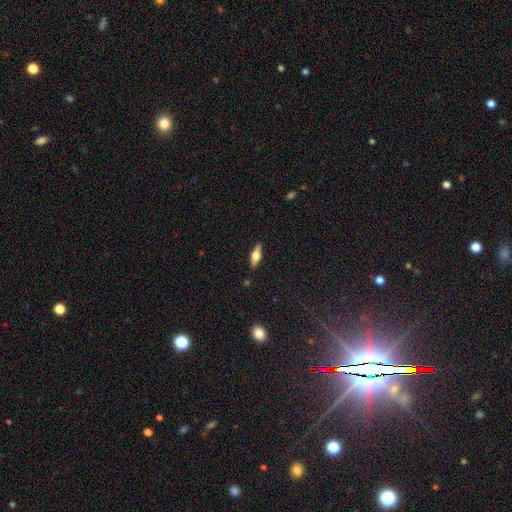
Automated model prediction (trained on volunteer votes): The model was most divided on "smooth or featured": featured or disk: 54%, smooth: 39%, star or artifact: 7%. More confident: edge-on disk — yes (93%); edge-on bulge — rounded (93%); merging — none (88%).